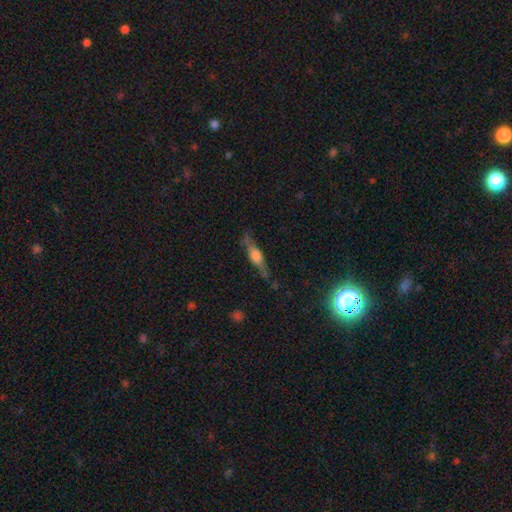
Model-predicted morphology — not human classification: This appears to be a featured or disk galaxy (53%) viewed edge-on (88%). Merging: none (69%).